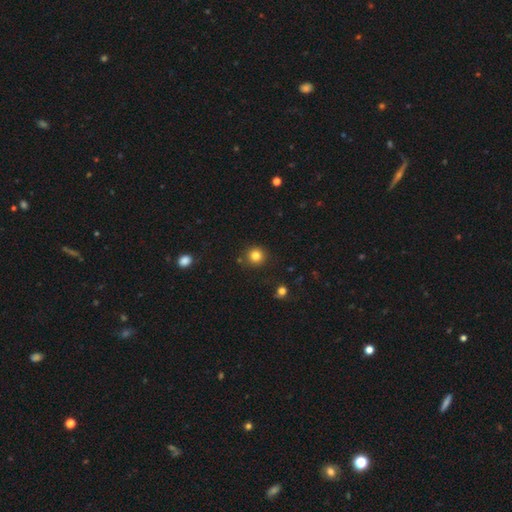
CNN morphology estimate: A smooth galaxy with no disk features (82%) that is round (93%). Merging: none (88%).